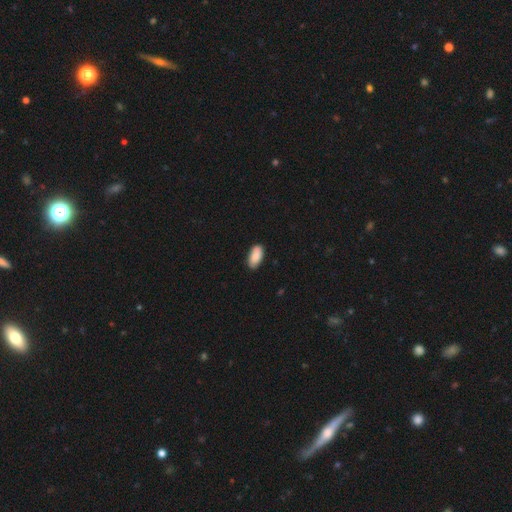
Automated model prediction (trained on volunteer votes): The model was most divided on "merging": none: 84%, minor disturbance: 13%, major disturbance: 2%, merger: 1%. More confident: how rounded — in between (94%); smooth or featured — smooth (89%).